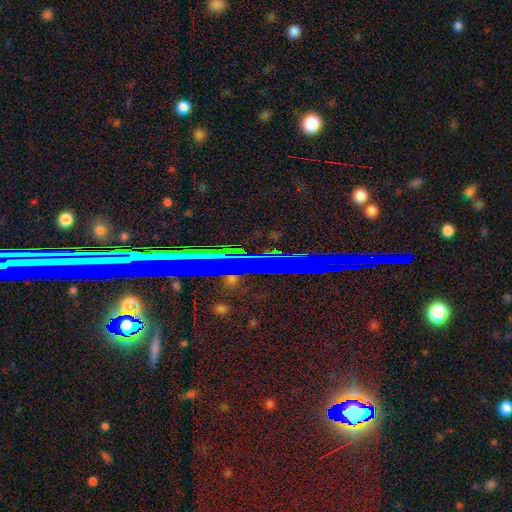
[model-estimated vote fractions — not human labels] Smooth or featured? star or artifact (77%)